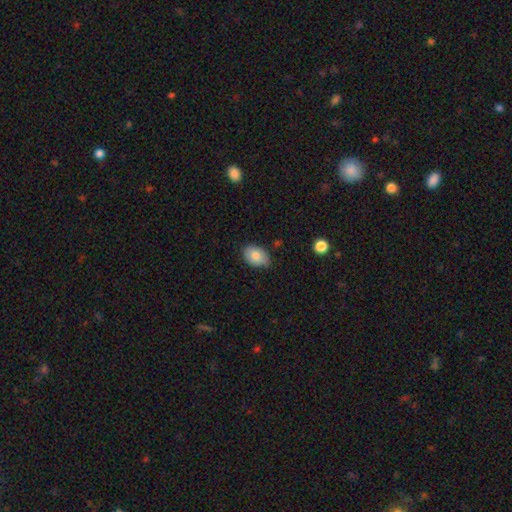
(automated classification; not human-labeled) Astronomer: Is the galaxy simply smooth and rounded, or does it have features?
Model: smooth — 80%.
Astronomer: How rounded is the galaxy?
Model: in between — 84%.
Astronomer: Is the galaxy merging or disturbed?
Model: none — 77%.